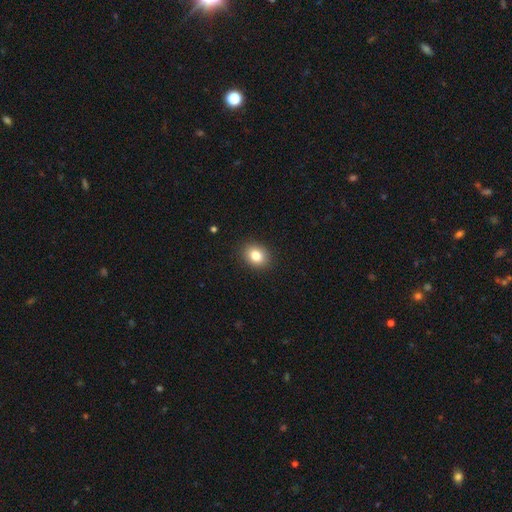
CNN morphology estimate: Smooth or featured: smooth — 83% (star or artifact — 10%)
How rounded: in between — 51% (round — 48%)
Merging: none — 90% (minor disturbance — 7%)